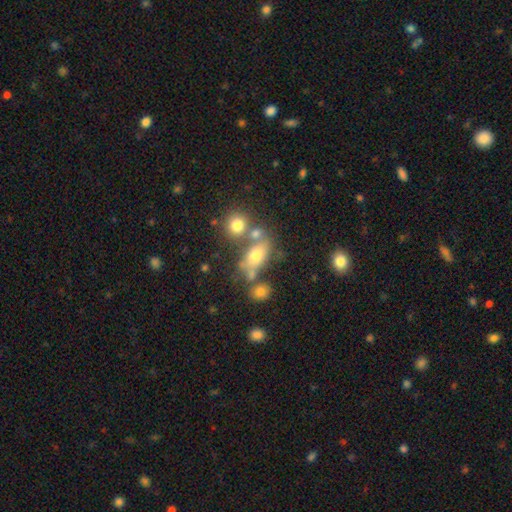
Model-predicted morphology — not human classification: smooth 65%, featured or disk 21%, star or artifact 14%. Down the decision tree: how rounded — in between (73%); merging — none (48%).